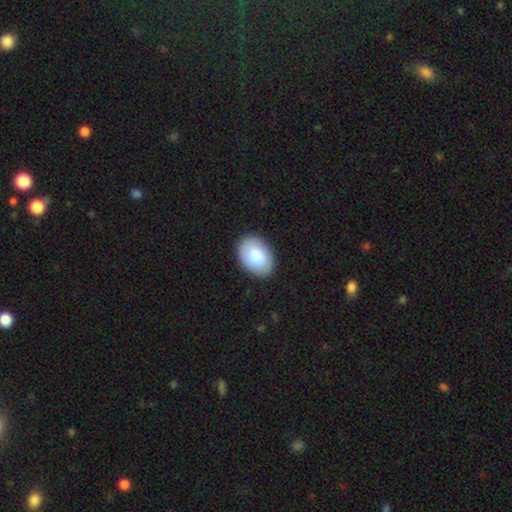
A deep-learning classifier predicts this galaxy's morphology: Smooth or featured? Predicted: smooth (p=0.85). How rounded? Predicted: in between (p=0.86). Merging? Predicted: none (p=0.87).